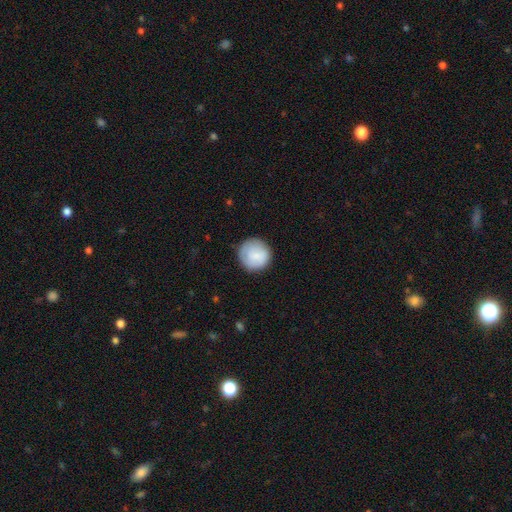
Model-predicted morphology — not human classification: Overall: smooth (85%). How rounded: round (95%). Merging: none (85%).